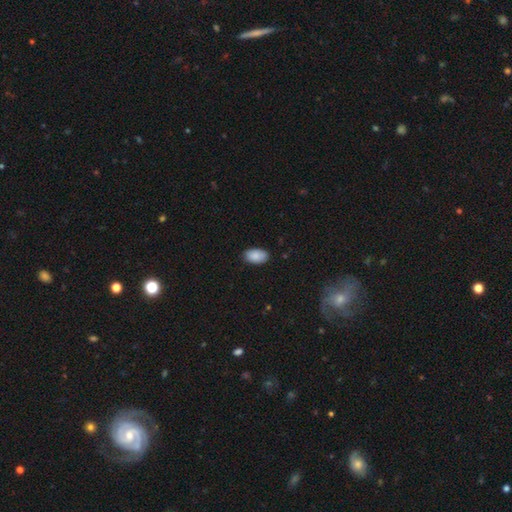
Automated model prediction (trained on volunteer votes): Smooth or featured? Predicted: smooth (p=0.89). How rounded? Predicted: in between (p=0.94). Merging? Predicted: none (p=0.86).